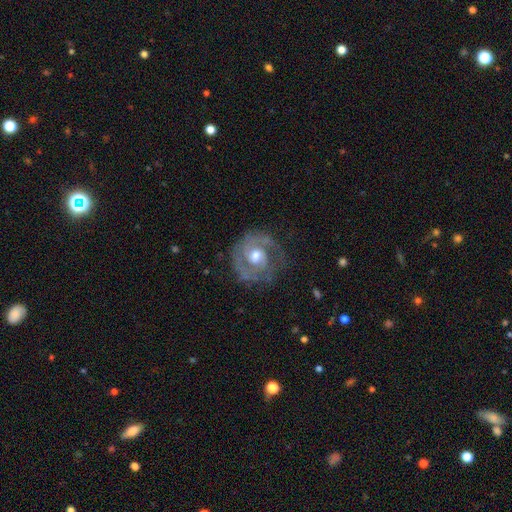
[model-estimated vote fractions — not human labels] smooth_or_featured: featured or disk (p=0.83) [alt: smooth p=0.12]
disk_edge_on: no (p=0.98) [alt: yes p=0.02]
bar: no (p=0.62) [alt: weak p=0.32]
has_spiral_arms: yes (p=0.92) [alt: no p=0.08]
spiral_winding: tight (p=0.52) [alt: medium p=0.38]
spiral_arm_count: 2 (p=0.61) [alt: can't tell p=0.14]
bulge_size: moderate (p=0.73) [alt: small p=0.13]
merging: none (p=0.68) [alt: minor disturbance p=0.19]